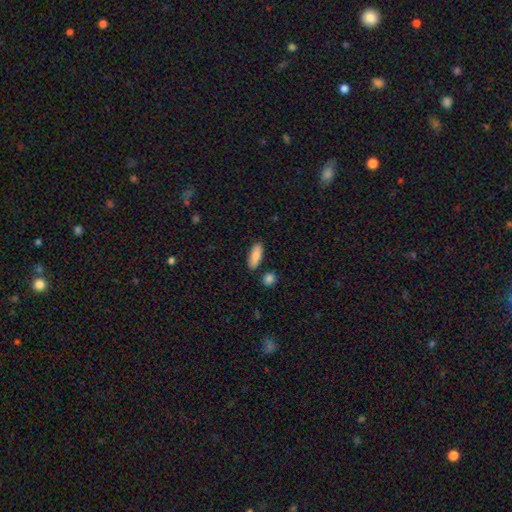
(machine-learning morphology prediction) Q: Smooth or featured?
A: smooth (82%); runner-up: featured or disk (12%)
Q: How rounded?
A: in between (74%); runner-up: cigar-shaped (24%)
Q: Merging?
A: none (85%); runner-up: minor disturbance (9%)